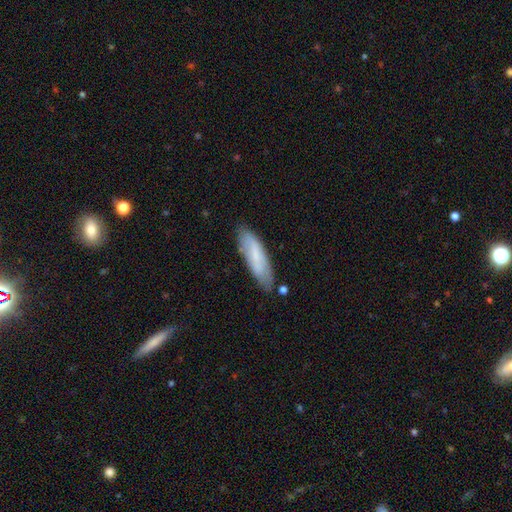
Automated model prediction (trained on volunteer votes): This is likely a smooth galaxy (64%). How rounded: possibly cigar-shaped (59%). Merging: likely none (76%).